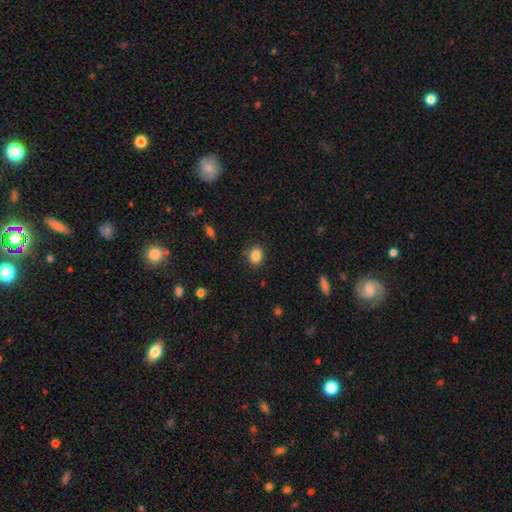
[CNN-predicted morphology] A smooth galaxy with no disk features (85%) that is round (50%).

Vote fractions:
- Smooth or featured? smooth: 85% / star or artifact: 10% / featured or disk: 5%
- How rounded? round: 50% / in between: 49% / cigar-shaped: 1%
- Merging? none: 83% / minor disturbance: 11% / major disturbance: 3% / merger: 3%